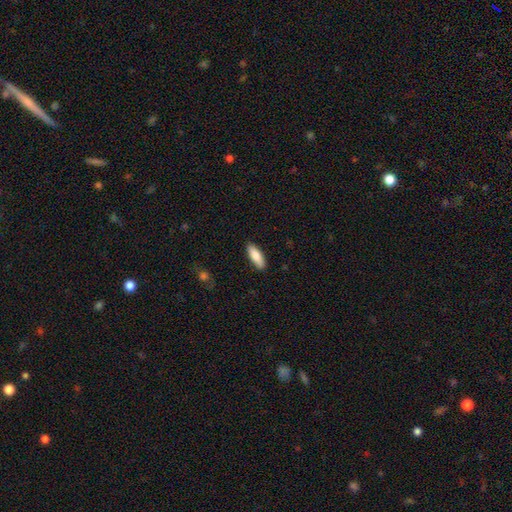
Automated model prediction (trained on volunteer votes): Q: Smooth or featured?
A: smooth (86%); runner-up: featured or disk (9%)
Q: How rounded?
A: in between (60%); runner-up: cigar-shaped (38%)
Q: Merging?
A: none (87%); runner-up: minor disturbance (9%)